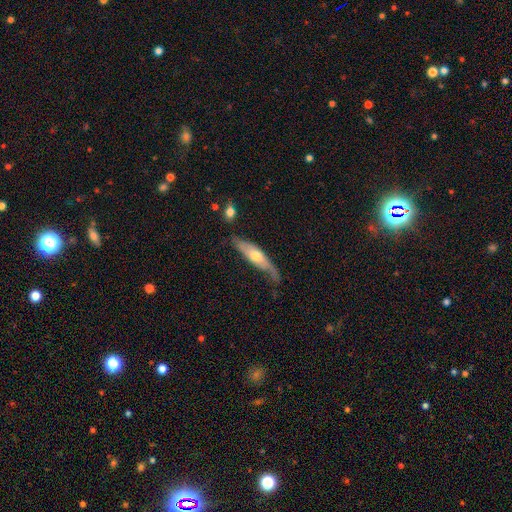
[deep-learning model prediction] Morphology: type=featured or disk (53%); edge-on=yes (63%); merging=none (50%).